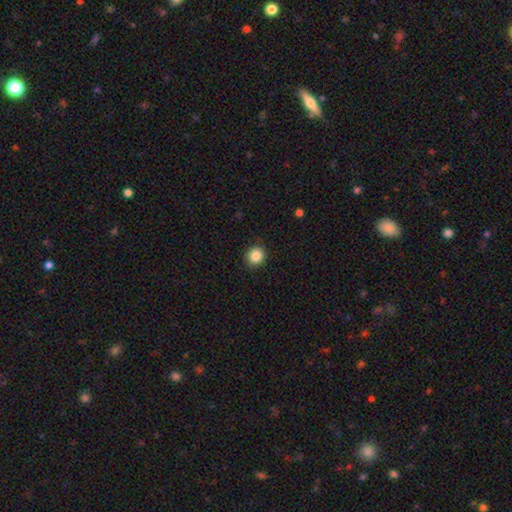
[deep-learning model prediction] Overall: smooth (86%). How rounded: round (88%). Merging: none (90%).